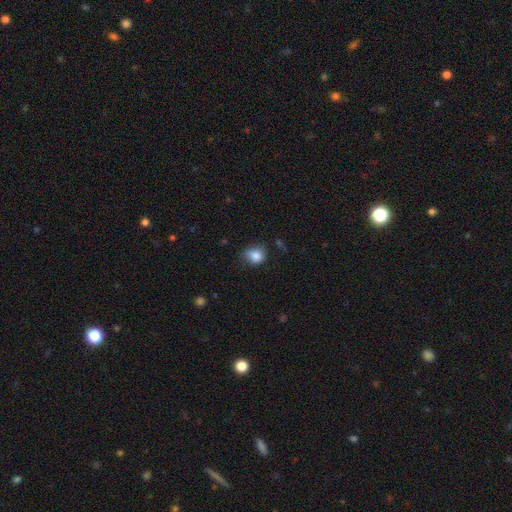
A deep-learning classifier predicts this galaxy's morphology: The model was most divided on "merging": none: 54%, minor disturbance: 33%, major disturbance: 9%, merger: 3%. More confident: smooth or featured — smooth (83%); how rounded — round (64%).